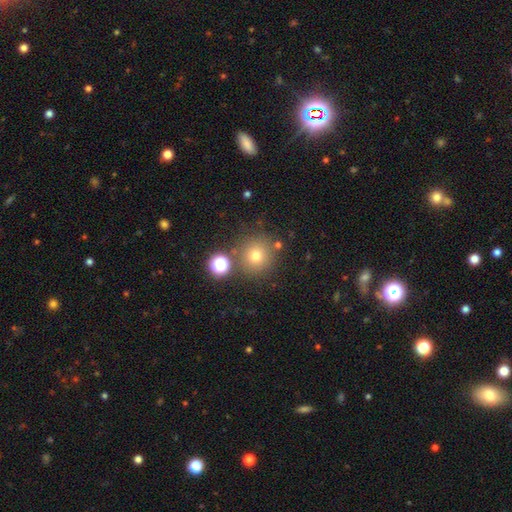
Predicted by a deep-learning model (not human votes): smooth 71%, star or artifact 19%, featured or disk 10%. Down the decision tree: how rounded — round (94%); merging — none (80%).